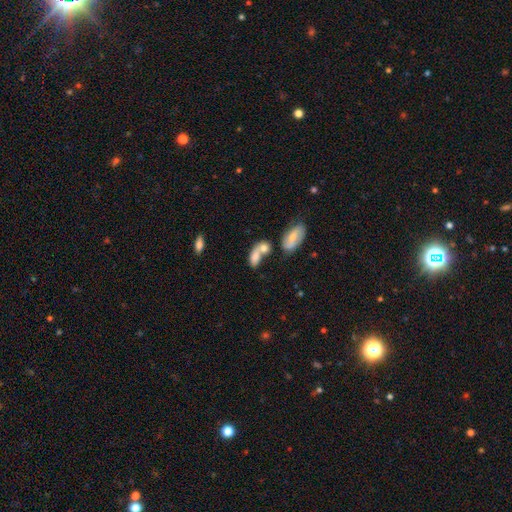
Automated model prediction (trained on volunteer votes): Overall: smooth (71%). How rounded: in between (80%). Merging: merger (61%).